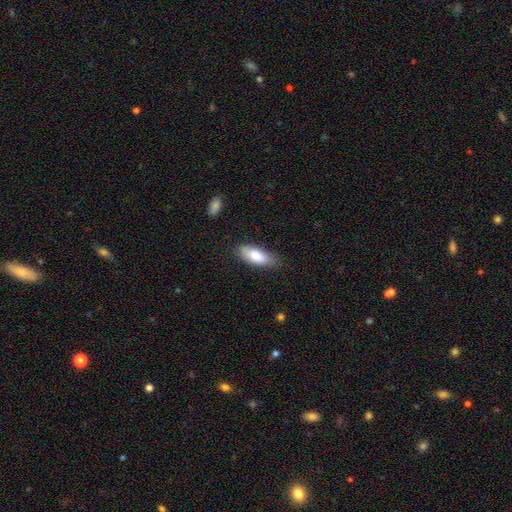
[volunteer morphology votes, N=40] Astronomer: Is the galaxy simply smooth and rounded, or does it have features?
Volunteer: smooth — 88%.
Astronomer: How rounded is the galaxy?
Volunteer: in between — 77%.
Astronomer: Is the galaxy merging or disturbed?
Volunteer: none — 64%.